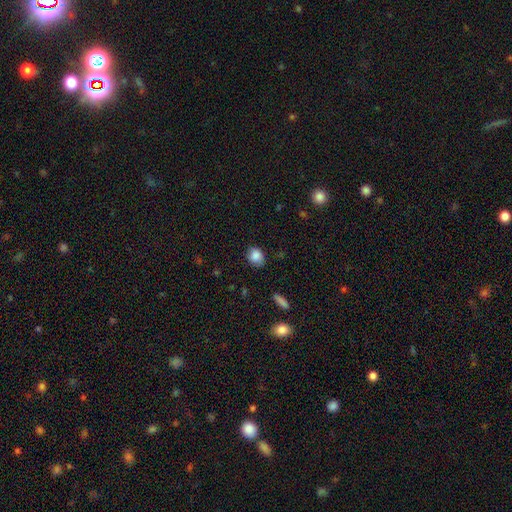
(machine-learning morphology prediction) Smooth or featured?
  - smooth: 85% *
  - star or artifact: 9%
  - featured or disk: 6%
How rounded?
  - round: 50% *
  - in between: 49%
  - cigar-shaped: 1%
Merging?
  - none: 76% *
  - minor disturbance: 19%
  - major disturbance: 4%
  - merger: 1%